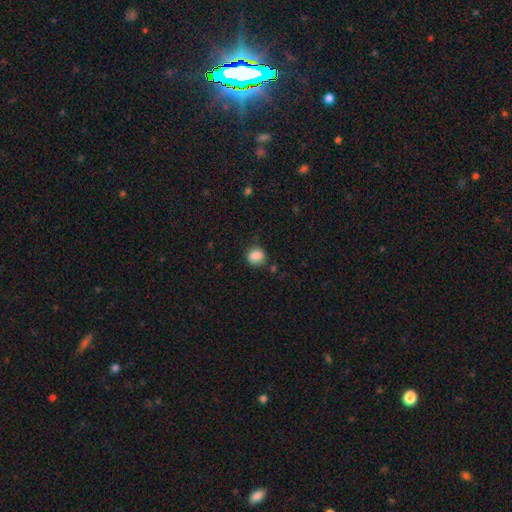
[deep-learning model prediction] smooth 86%, star or artifact 9%, featured or disk 5%. Down the decision tree: how rounded — round (72%); merging — none (74%).